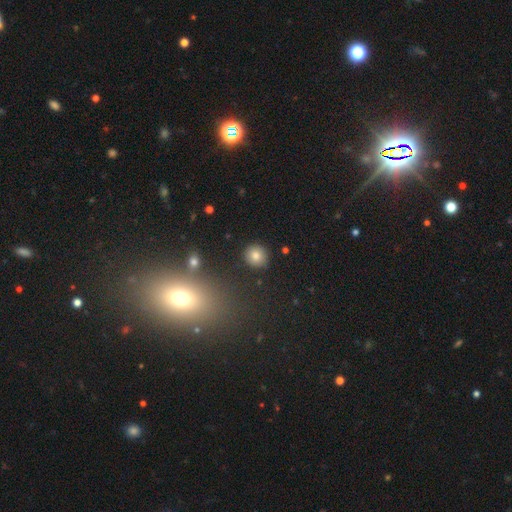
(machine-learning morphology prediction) Smooth or featured? smooth (81%)
How rounded? round (90%)
Merging? none (90%)